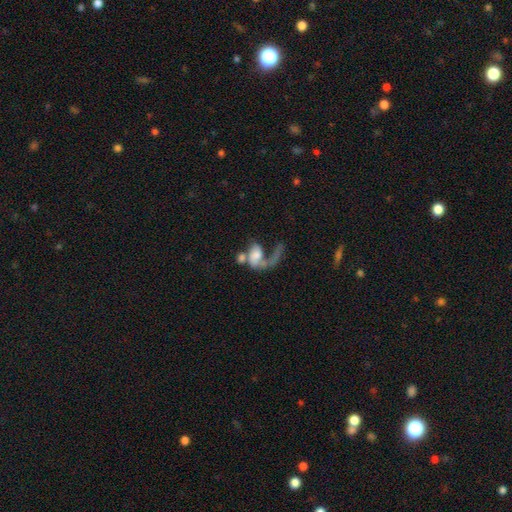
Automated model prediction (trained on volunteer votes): This is possibly a featured or disk galaxy (54%). It is clearly not viewed edge-on (96%). Bar: likely no (72%). Spiral arm pattern: likely yes (68%). Central bulge: marginally none (26%). Merging: marginally merger (38%).